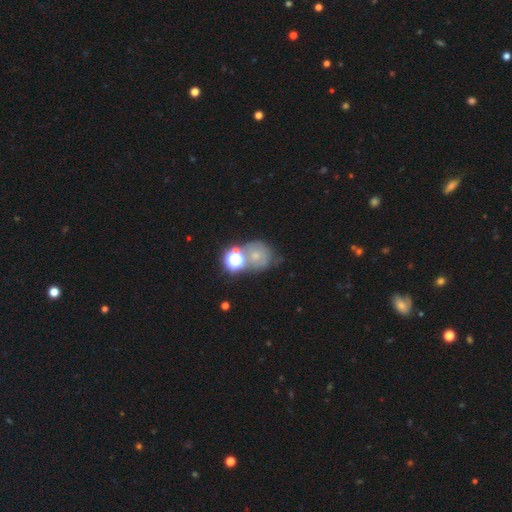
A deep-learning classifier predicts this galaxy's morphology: Smooth or featured? smooth (44%)
Merging? none (43%)